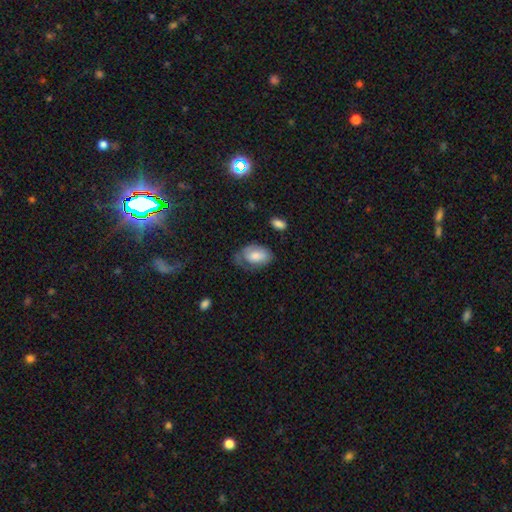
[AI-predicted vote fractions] The model was most divided on "merging": none: 40%, minor disturbance: 32%, major disturbance: 26%, merger: 2%. More confident: how rounded — in between (91%); smooth or featured — smooth (69%).